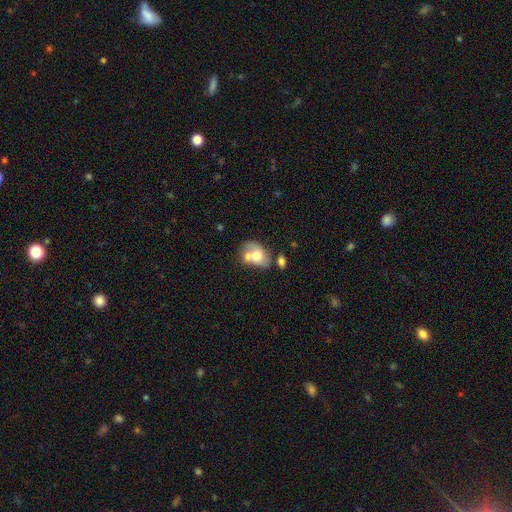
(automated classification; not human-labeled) The model was most divided on "merging": merger: 47%, none: 27%, minor disturbance: 16%, major disturbance: 11%. More confident: how rounded — in between (75%); smooth or featured — smooth (58%).